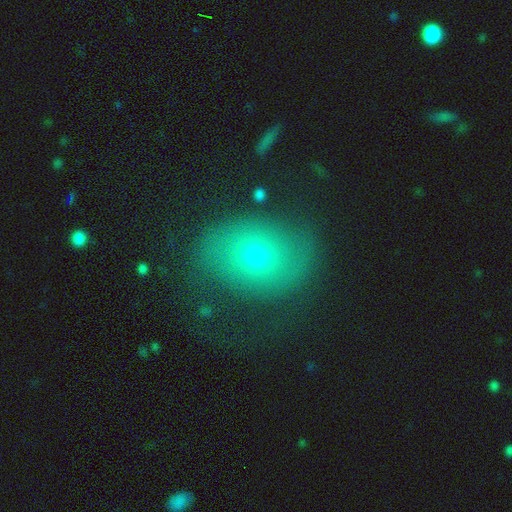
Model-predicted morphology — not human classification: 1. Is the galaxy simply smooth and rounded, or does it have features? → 56% smooth, 28% featured or disk, 16% star or artifact.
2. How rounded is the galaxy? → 52% in between, 47% round, 1% cigar-shaped.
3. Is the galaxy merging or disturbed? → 66% none, 18% minor disturbance, 13% major disturbance, 2% merger.